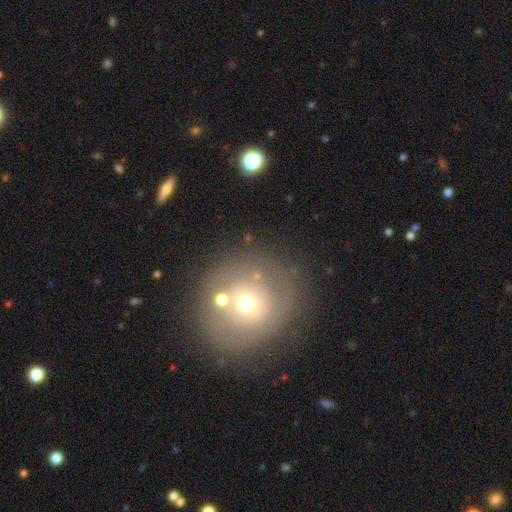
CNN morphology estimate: smooth_or_featured: featured or disk (p=0.46) [alt: smooth p=0.36]
merging: none (p=0.73) [alt: minor disturbance p=0.11]